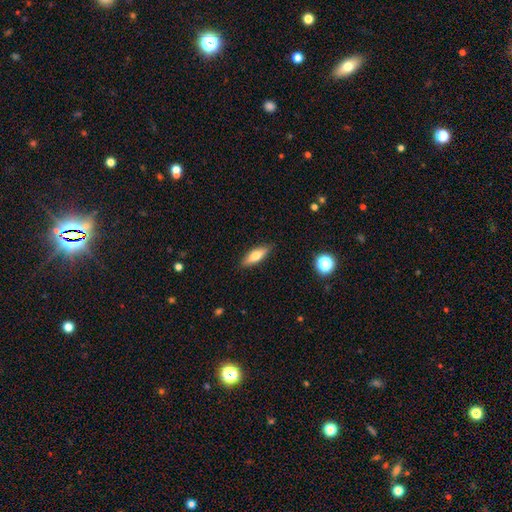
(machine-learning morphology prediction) smooth 68%, featured or disk 25%, star or artifact 7%. Down the decision tree: how rounded — in between (53%); merging — none (87%).